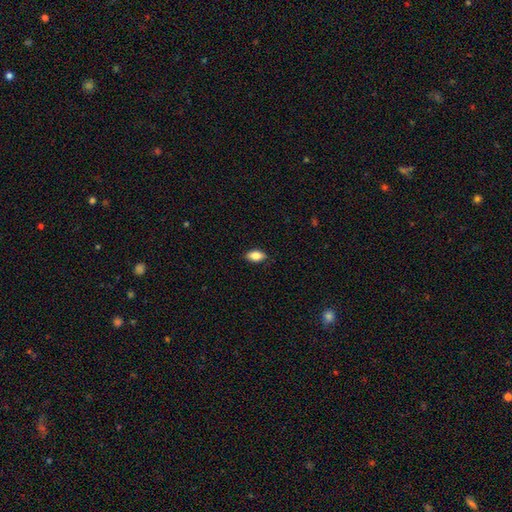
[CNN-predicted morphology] type=smooth (82%); roundness=in between (90%); merging=none (87%).